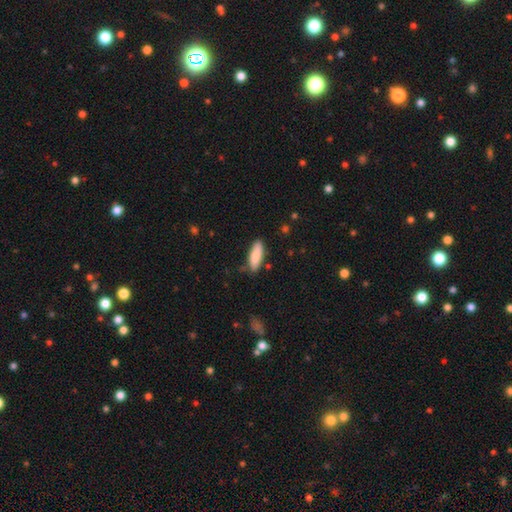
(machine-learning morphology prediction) Smooth or featured? smooth (84%)
How rounded? in between (59%)
Merging? none (81%)